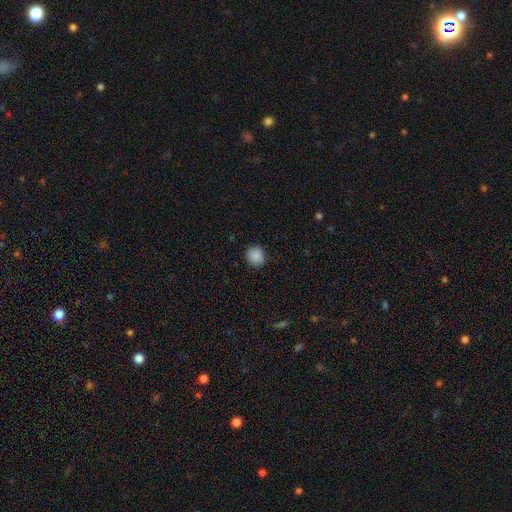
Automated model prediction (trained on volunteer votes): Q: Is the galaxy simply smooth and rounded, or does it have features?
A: smooth — 87%.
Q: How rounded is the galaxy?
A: round — 88%.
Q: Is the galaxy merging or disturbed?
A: none — 86%.